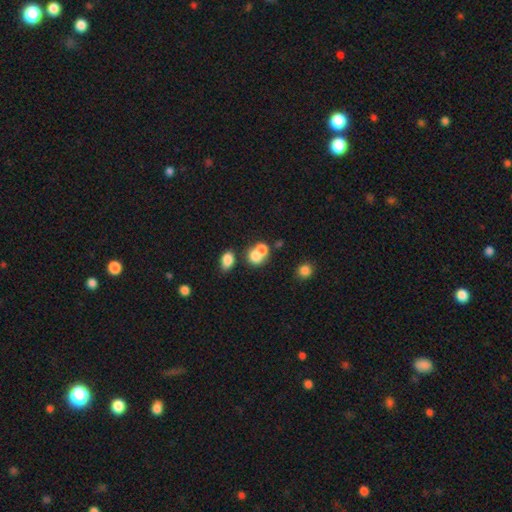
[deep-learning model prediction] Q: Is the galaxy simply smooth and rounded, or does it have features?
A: smooth — 73%.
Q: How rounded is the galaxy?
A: round — 62%.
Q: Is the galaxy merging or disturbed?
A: merger — 59%.